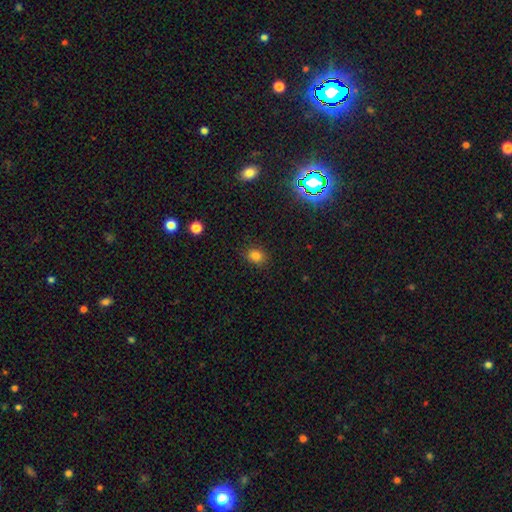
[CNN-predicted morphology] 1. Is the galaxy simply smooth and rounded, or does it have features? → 81% smooth, 15% star or artifact, 5% featured or disk.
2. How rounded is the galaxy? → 55% in between, 44% round, 1% cigar-shaped.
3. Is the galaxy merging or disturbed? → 83% none, 12% minor disturbance, 3% major disturbance, 1% merger.